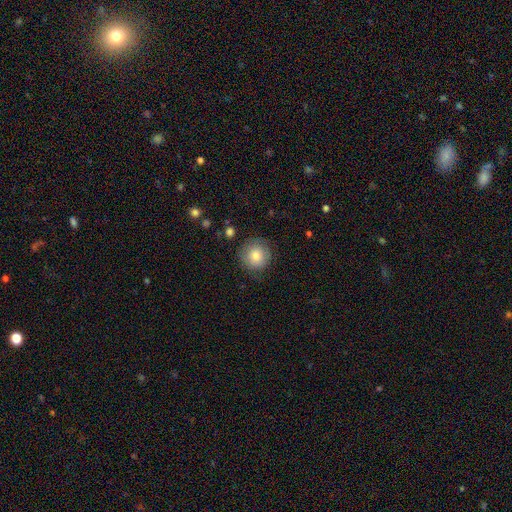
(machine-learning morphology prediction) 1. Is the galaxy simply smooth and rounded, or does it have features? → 80% smooth, 12% featured or disk, 8% star or artifact.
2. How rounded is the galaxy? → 94% round, 5% in between, 1% cigar-shaped.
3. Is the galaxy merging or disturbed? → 83% none, 13% minor disturbance, 4% major disturbance, 1% merger.